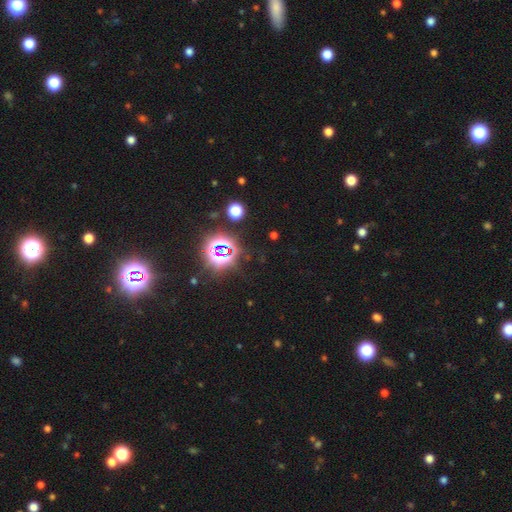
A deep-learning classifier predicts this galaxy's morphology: Q: Smooth or featured?
A: star or artifact (80%); runner-up: smooth (13%)